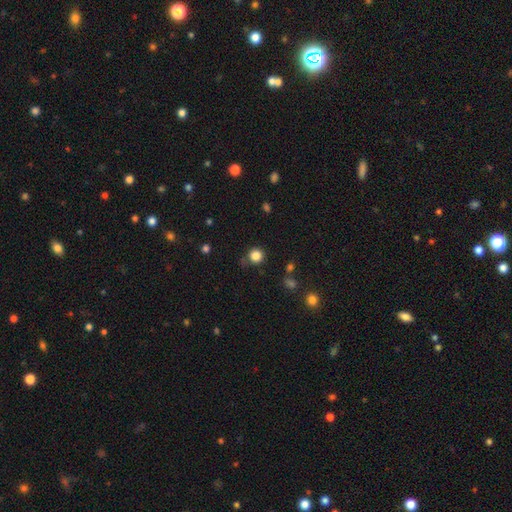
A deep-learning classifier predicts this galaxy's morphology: A smooth galaxy with no disk features (83%) that is round (92%).

Vote fractions:
- Smooth or featured? smooth: 83% / star or artifact: 12% / featured or disk: 4%
- How rounded? round: 92% / in between: 7% / cigar-shaped: 1%
- Merging? none: 79% / minor disturbance: 13% / major disturbance: 4% / merger: 4%